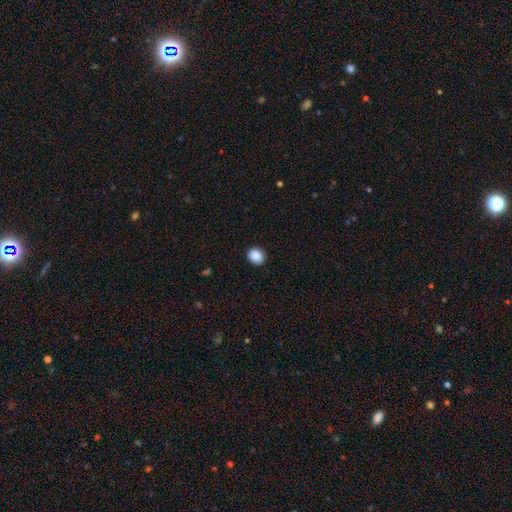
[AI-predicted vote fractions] Smooth or featured? Predicted: smooth (p=0.89). How rounded? Predicted: round (p=0.65). Merging? Predicted: none (p=0.90).